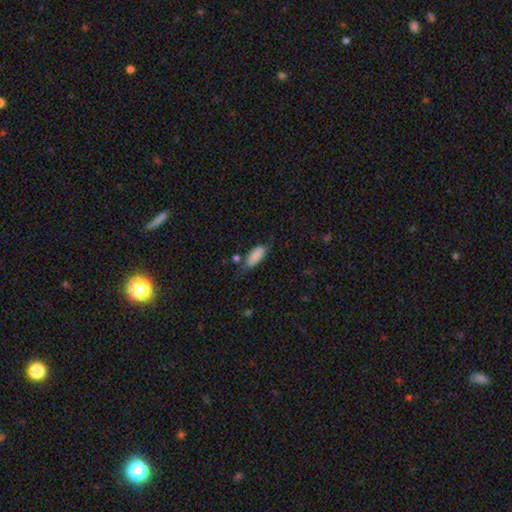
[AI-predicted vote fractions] This is clearly a smooth galaxy (86%). How rounded: likely in between (80%). Merging: likely none (61%).